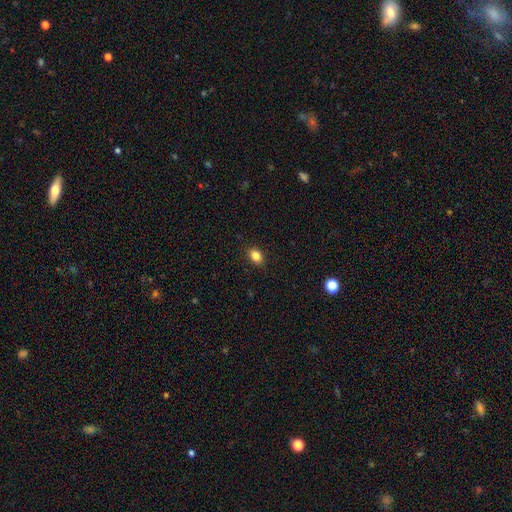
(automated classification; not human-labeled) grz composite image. It shows a smooth galaxy with no disk features (84%) that is in between round and cigar-shaped (74%). Merging: none (89%).